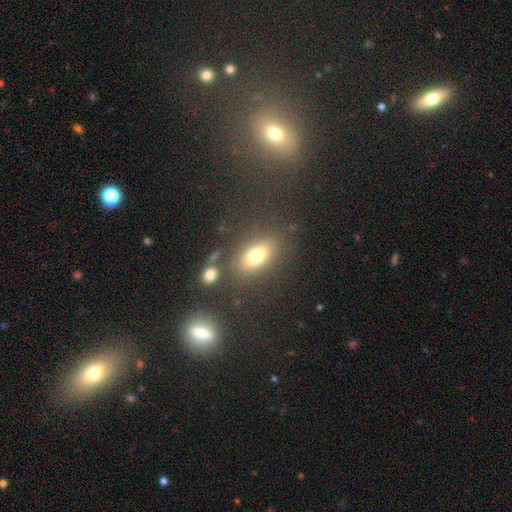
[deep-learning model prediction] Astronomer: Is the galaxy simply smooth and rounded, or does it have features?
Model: smooth — 73%.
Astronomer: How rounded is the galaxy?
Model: in between — 76%.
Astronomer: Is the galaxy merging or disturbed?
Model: none — 77%.